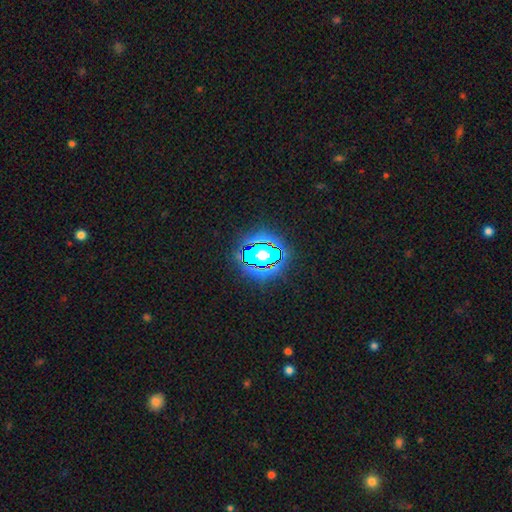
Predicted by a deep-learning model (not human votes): Overall: star or artifact (80%).